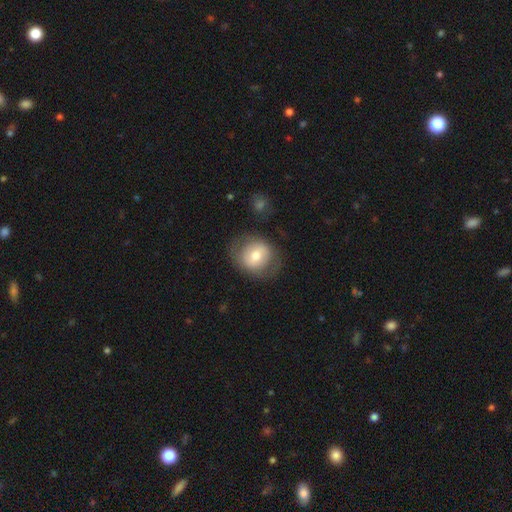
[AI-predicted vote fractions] Morphology: type=smooth (62%); roundness=round (67%); merging=none (73%).